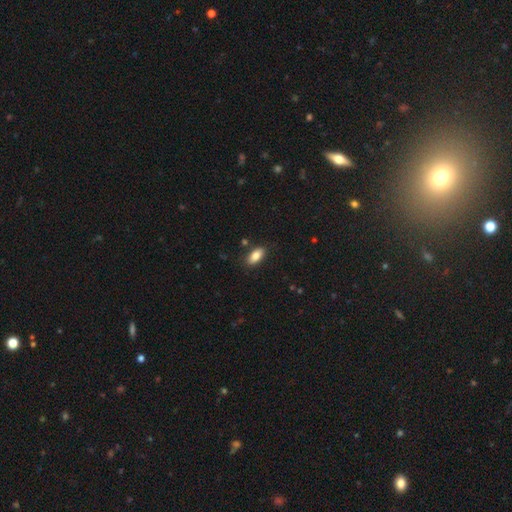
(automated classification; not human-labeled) A smooth galaxy with no disk features (85%) that is in between round and cigar-shaped (90%).

Vote fractions:
- Smooth or featured? smooth: 85% / featured or disk: 8% / star or artifact: 7%
- How rounded? in between: 90% / cigar-shaped: 6% / round: 4%
- Merging? none: 85% / minor disturbance: 10% / major disturbance: 2% / merger: 2%